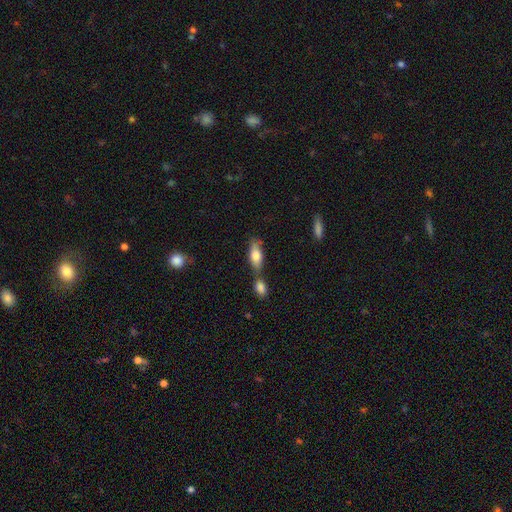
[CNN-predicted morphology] Overall: smooth (70%). How rounded: in between (71%). Merging: none (51%; merger 29%).